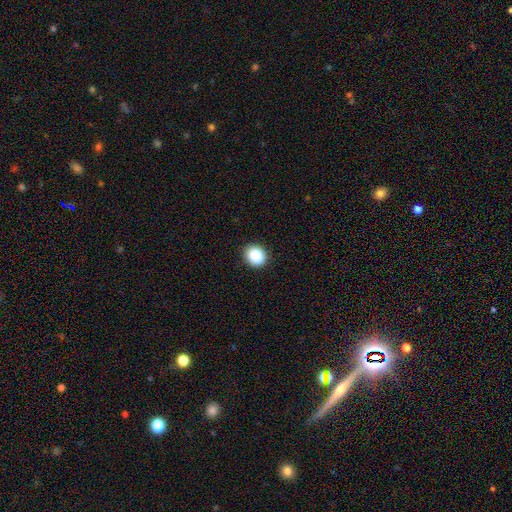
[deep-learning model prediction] Smooth or featured: smooth — 87% (star or artifact — 9%)
How rounded: round — 70% (in between — 30%)
Merging: none — 90% (minor disturbance — 8%)